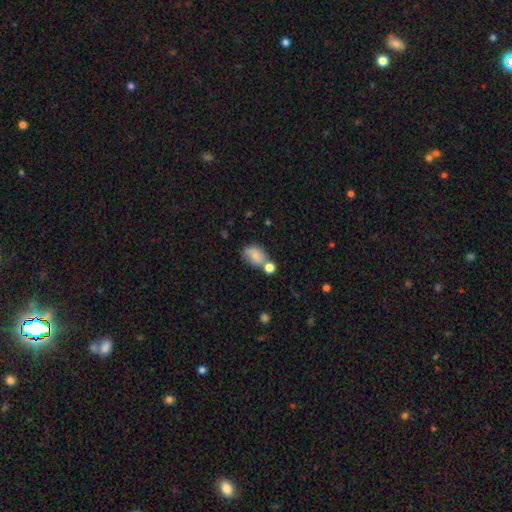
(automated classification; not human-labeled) smooth 65%, featured or disk 25%, star or artifact 10%. Down the decision tree: how rounded — in between (64%); merging — none (47%).